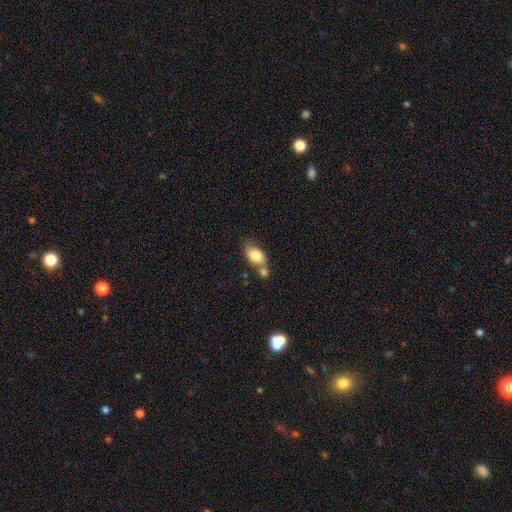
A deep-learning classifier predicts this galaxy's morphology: A smooth galaxy with no disk features (82%) that is in between round and cigar-shaped (85%). Merging: merger (45%).